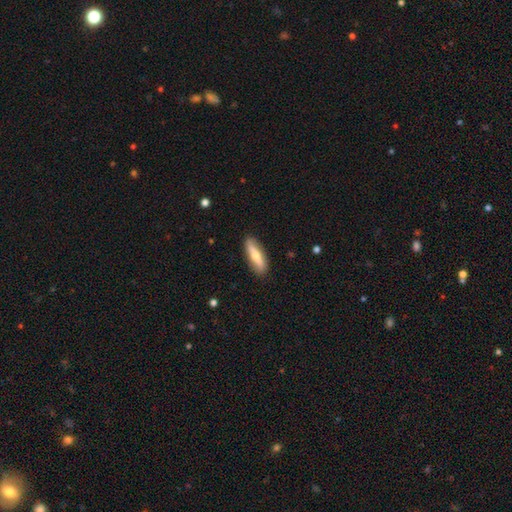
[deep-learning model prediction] smooth 55%, featured or disk 40%, star or artifact 5%. Down the decision tree: how rounded — cigar-shaped (62%); merging — none (87%).